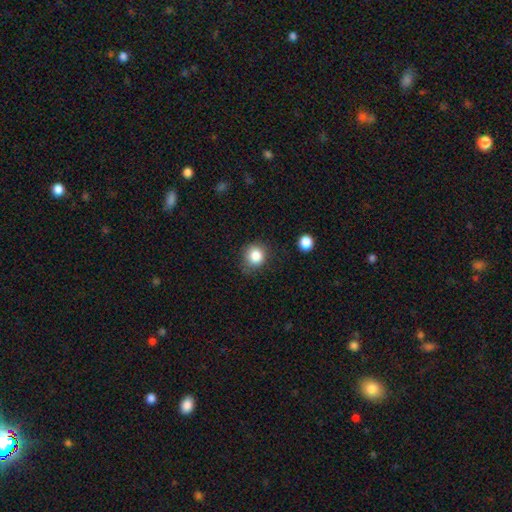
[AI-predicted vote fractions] Morphology: type=smooth (84%); roundness=round (85%); merging=none (76%).